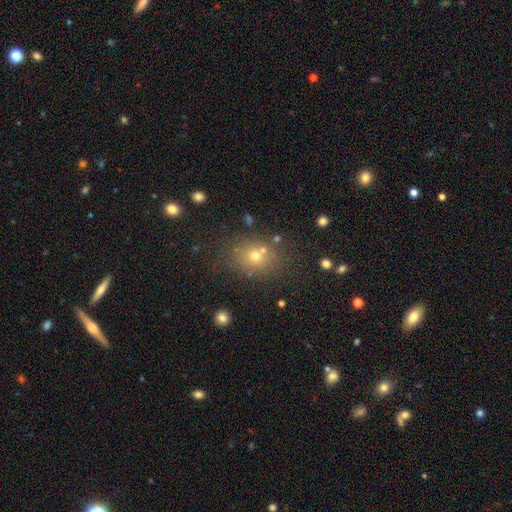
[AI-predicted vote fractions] smooth_or_featured: smooth (p=0.66) [alt: star or artifact p=0.21]
how_rounded: round (p=0.65) [alt: in between p=0.34]
merging: none (p=0.73) [alt: minor disturbance p=0.12]